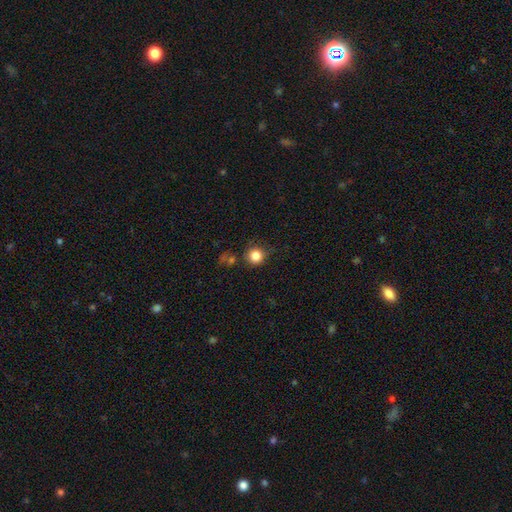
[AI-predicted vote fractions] Overall: smooth (84%). How rounded: round (92%). Merging: none (77%).